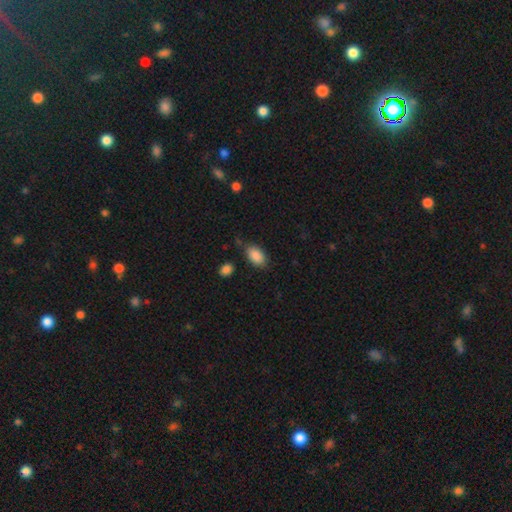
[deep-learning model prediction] A smooth galaxy with no disk features (89%) that is in between round and cigar-shaped (91%). Merging: none (75%).